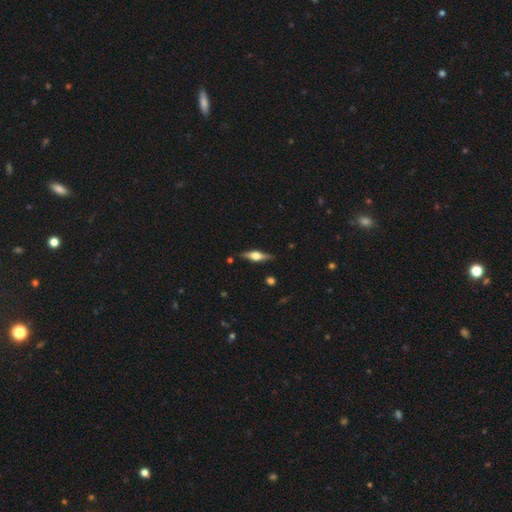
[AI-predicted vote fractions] This is likely a featured or disk galaxy (67%). It is clearly viewed edge-on (96%). Edge-on bulge: clearly rounded (92%). Merging: clearly none (87%).